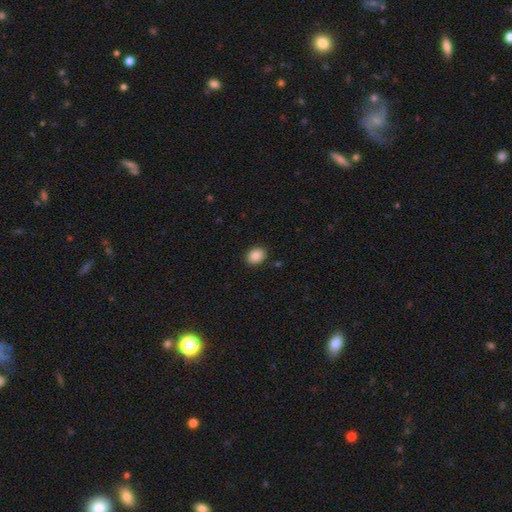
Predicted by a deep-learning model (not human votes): Smooth or featured? Predicted: smooth (p=0.88). How rounded? Predicted: in between (p=0.59). Merging? Predicted: none (p=0.89).